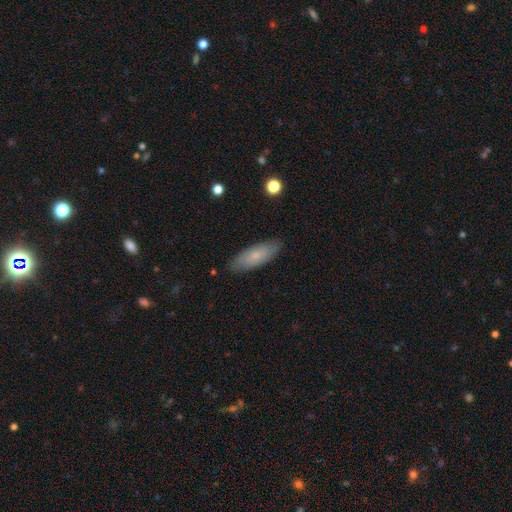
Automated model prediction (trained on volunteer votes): A smooth galaxy with no disk features (75%) that is in between round and cigar-shaped (61%).

Vote fractions:
- Smooth or featured? smooth: 75% / featured or disk: 19% / star or artifact: 6%
- How rounded? in between: 61% / cigar-shaped: 37% / round: 2%
- Merging? none: 86% / minor disturbance: 11% / major disturbance: 2% / merger: 1%